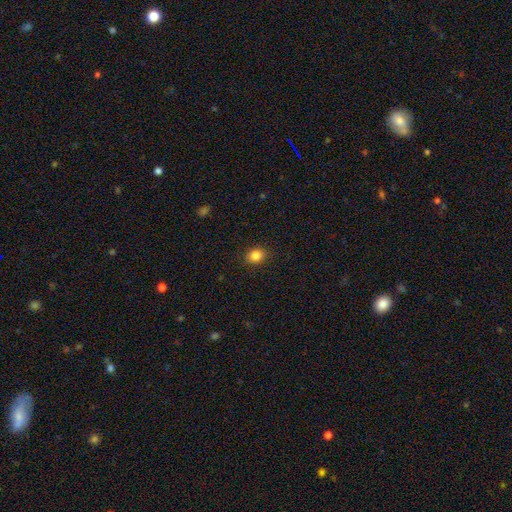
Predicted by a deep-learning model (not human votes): smooth 84%, star or artifact 11%, featured or disk 5%. Down the decision tree: how rounded — round (57%); merging — none (90%).